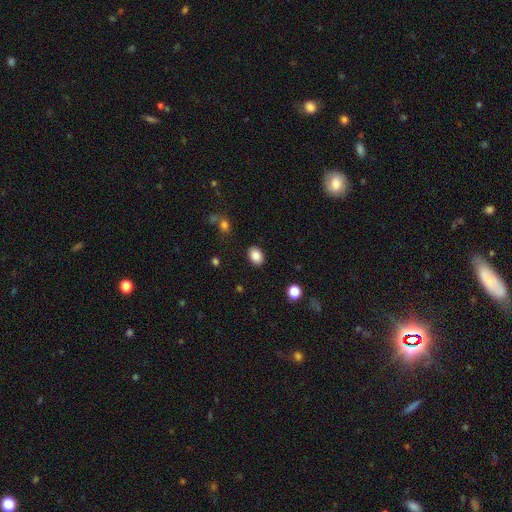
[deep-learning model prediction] Smooth or featured? smooth (87%)
How rounded? in between (71%)
Merging? none (87%)